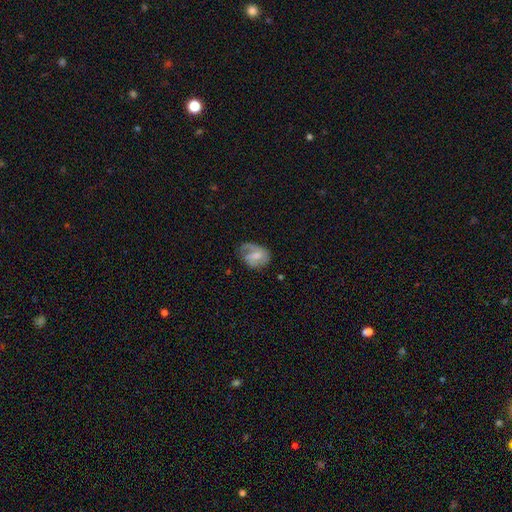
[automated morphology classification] Q: Smooth or featured?
A: featured or disk (54%); runner-up: smooth (39%)
Q: Edge-on disk?
A: no (97%); runner-up: yes (3%)
Q: Bar?
A: weak (49%); runner-up: no (37%)
Q: Spiral arms?
A: yes (78%); runner-up: no (22%)
Q: Bulge size?
A: moderate (44%); runner-up: small (38%)
Q: Merging?
A: none (50%); runner-up: minor disturbance (29%)